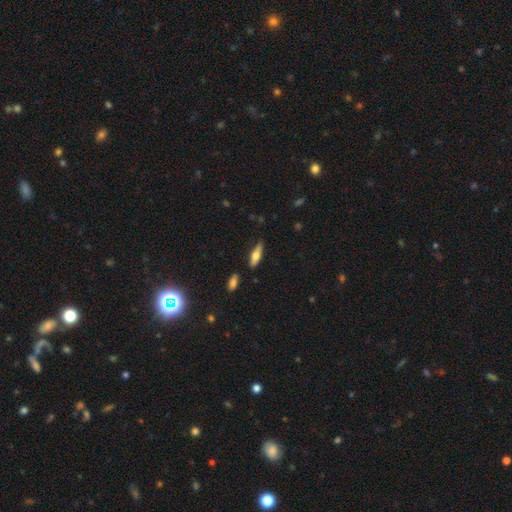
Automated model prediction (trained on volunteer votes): Morphology: type=smooth (51%); roundness=cigar-shaped (53%); merging=none (85%).